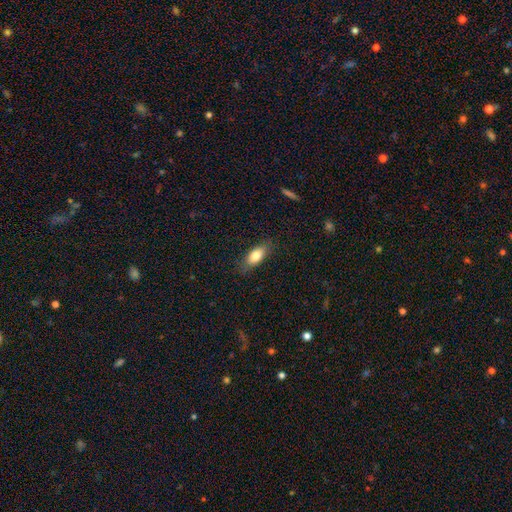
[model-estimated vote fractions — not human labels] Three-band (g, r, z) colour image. It shows a smooth galaxy with no disk features (79%) that is in between round and cigar-shaped (84%). Merging: none (79%).